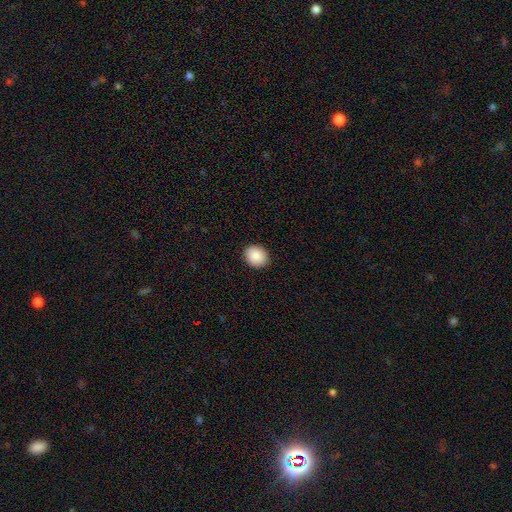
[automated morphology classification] Smooth or featured: smooth — 89% (star or artifact — 7%)
How rounded: round — 65% (in between — 34%)
Merging: none — 89% (minor disturbance — 8%)